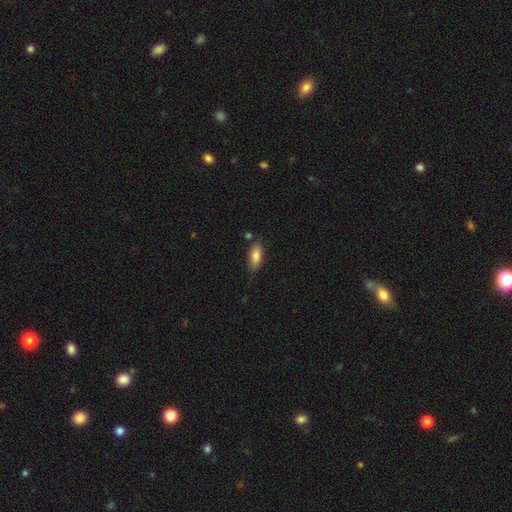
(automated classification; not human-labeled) smooth-or-featured: smooth: 83% | featured or disk: 10% | star or artifact: 7%
  how-rounded: in between: 78% | cigar-shaped: 20% | round: 2%
  merging: none: 77% | minor disturbance: 15% | merger: 5% | major disturbance: 3%